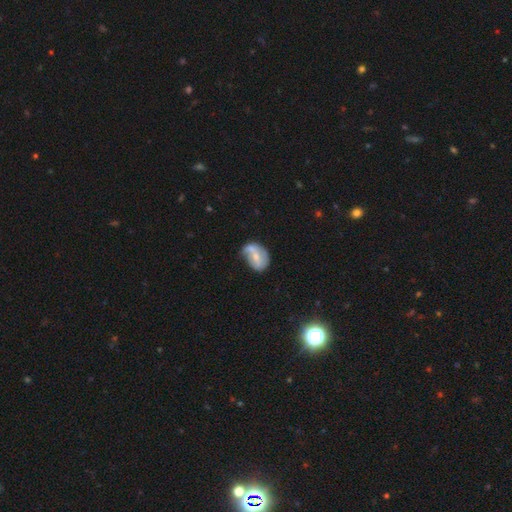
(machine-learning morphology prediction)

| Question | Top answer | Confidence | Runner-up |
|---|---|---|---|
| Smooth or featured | featured or disk | 48% | smooth (45%) |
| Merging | none | 32% | minor disturbance (30%) |